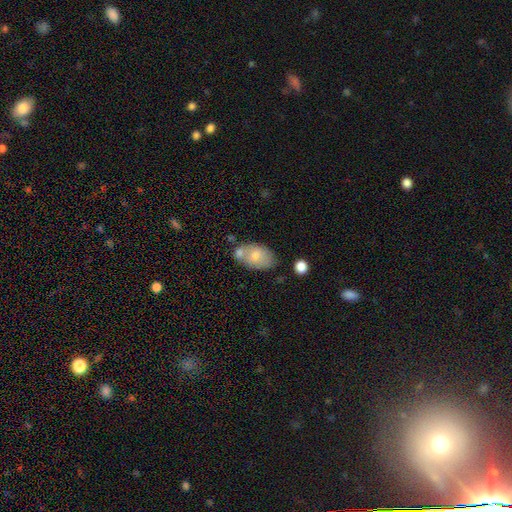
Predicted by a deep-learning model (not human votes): Smooth or featured? smooth (73%)
How rounded? in between (90%)
Merging? none (51%)